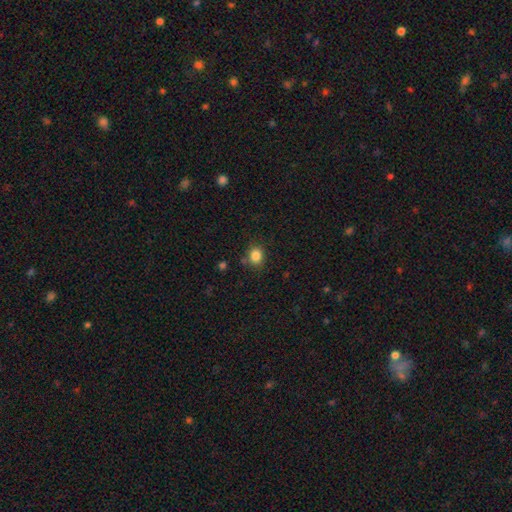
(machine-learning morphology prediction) smooth-or-featured: smooth: 85% | star or artifact: 11% | featured or disk: 4%
  how-rounded: round: 64% | in between: 35% | cigar-shaped: 1%
  merging: none: 80% | minor disturbance: 12% | merger: 5% | major disturbance: 3%